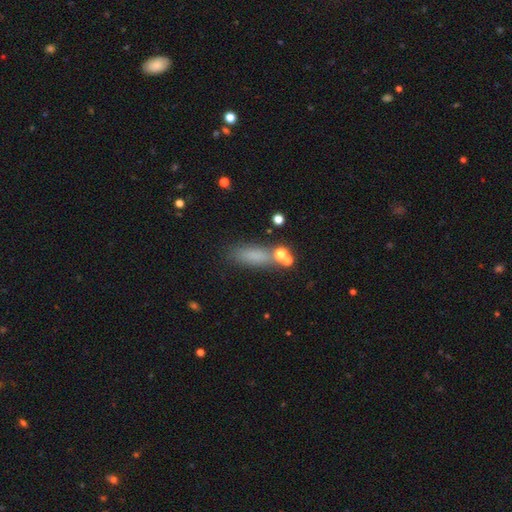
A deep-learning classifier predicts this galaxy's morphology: The model was most divided on "how rounded": in between: 48%, cigar-shaped: 46%, round: 5%. More confident: smooth or featured — smooth (74%); merging — none (69%).